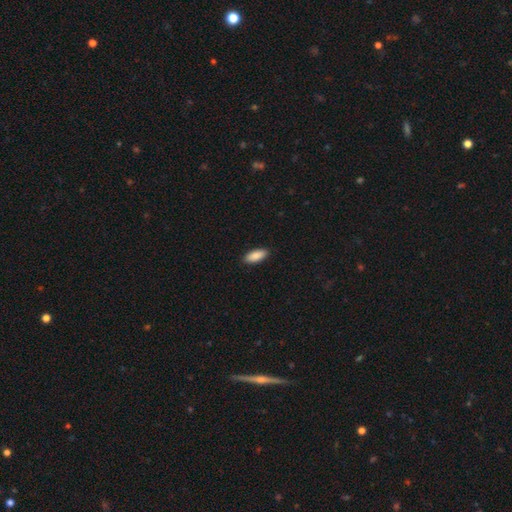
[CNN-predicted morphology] smooth-or-featured: smooth: 89% | star or artifact: 6% | featured or disk: 5%
  how-rounded: in between: 82% | cigar-shaped: 16% | round: 2%
  merging: none: 90% | minor disturbance: 8% | major disturbance: 2% | merger: 1%